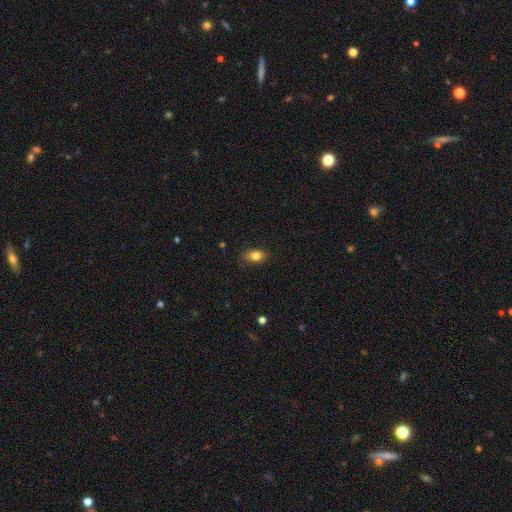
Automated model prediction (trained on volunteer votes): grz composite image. It shows a smooth galaxy with no disk features (82%) that is in between round and cigar-shaped (81%). Merging: none (82%).